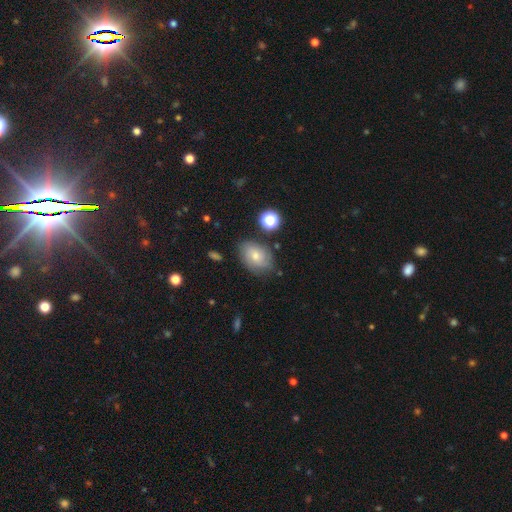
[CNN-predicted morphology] A smooth galaxy with no disk features (56%) that is in between round and cigar-shaped (76%). Merging: none (70%).